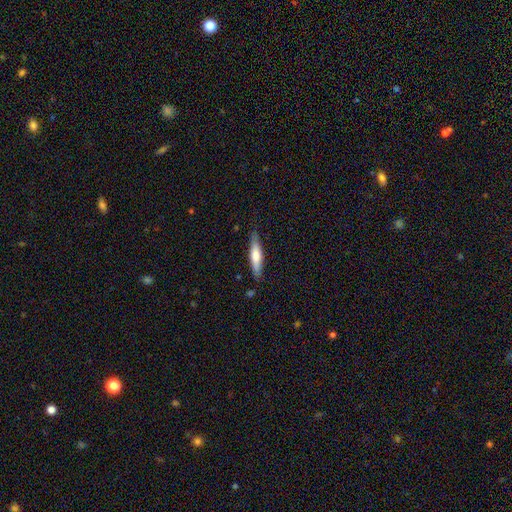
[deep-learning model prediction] A smooth galaxy with no disk features (63%) that is cigar-shaped (81%).

Vote fractions:
- Smooth or featured? smooth: 63% / featured or disk: 32% / star or artifact: 5%
- How rounded? cigar-shaped: 81% / in between: 17% / round: 1%
- Merging? none: 84% / minor disturbance: 12% / major disturbance: 2% / merger: 2%